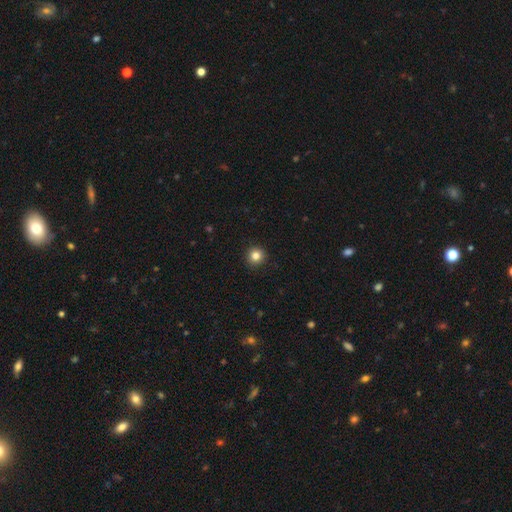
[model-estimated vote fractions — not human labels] This is clearly a smooth galaxy (83%). How rounded: clearly round (95%). Merging: clearly none (92%).